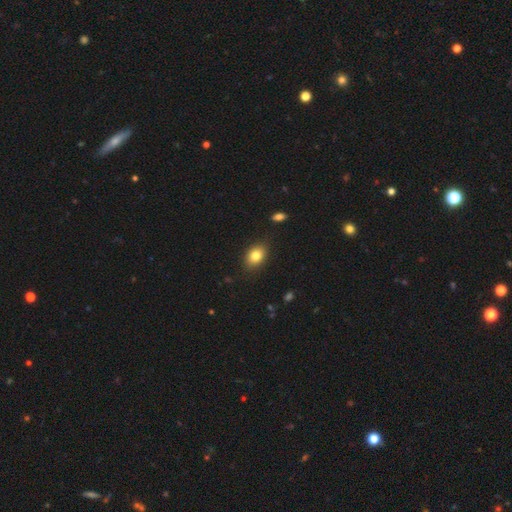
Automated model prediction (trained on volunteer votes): smooth 81%, featured or disk 10%, star or artifact 9%. Down the decision tree: how rounded — in between (75%); merging — none (85%).